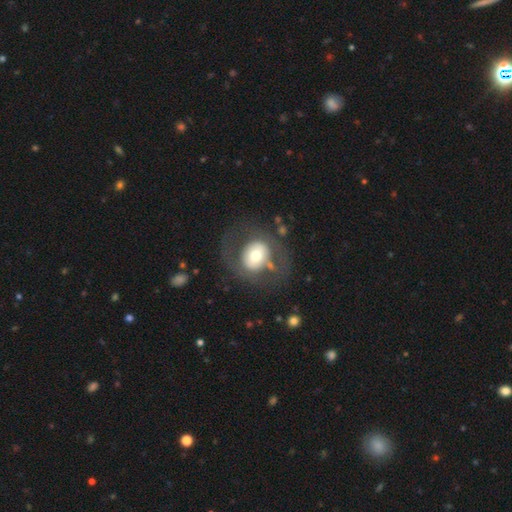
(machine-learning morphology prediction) This appears to be a smooth galaxy with no disk features (48%). Merging: none (65%).